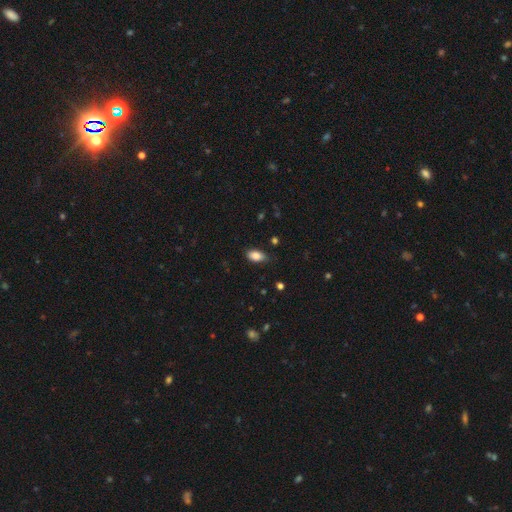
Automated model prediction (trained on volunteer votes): The model was most divided on "merging": none: 77%, minor disturbance: 19%, major disturbance: 3%, merger: 1%. More confident: how rounded — in between (92%); smooth or featured — smooth (86%).